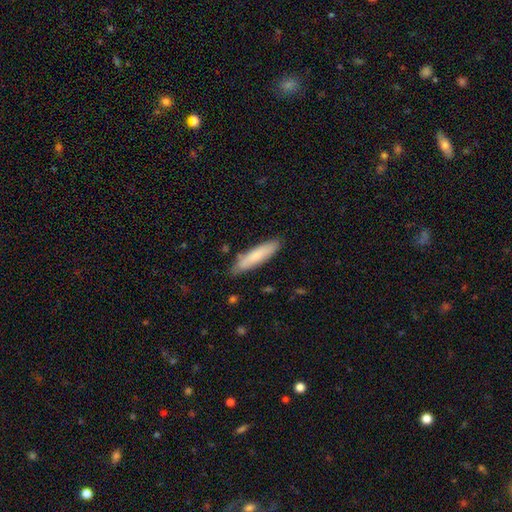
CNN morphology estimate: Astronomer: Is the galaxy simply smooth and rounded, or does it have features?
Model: smooth — 78%.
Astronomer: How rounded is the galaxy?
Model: cigar-shaped — 80%.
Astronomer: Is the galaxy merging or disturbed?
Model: none — 83%.